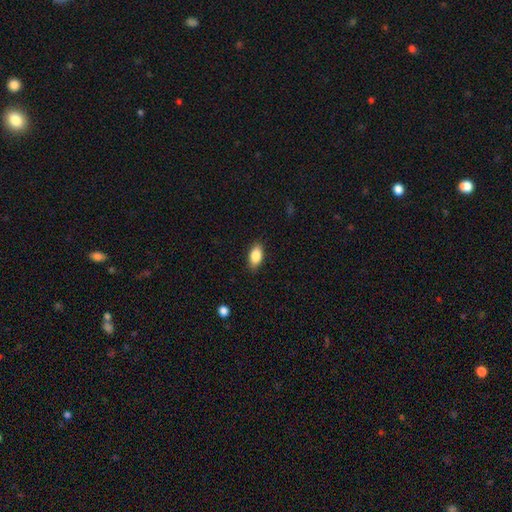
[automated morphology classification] smooth-or-featured: smooth: 85% | featured or disk: 8% | star or artifact: 7%
  how-rounded: in between: 90% | round: 6% | cigar-shaped: 5%
  merging: none: 86% | minor disturbance: 10% | major disturbance: 2% | merger: 1%